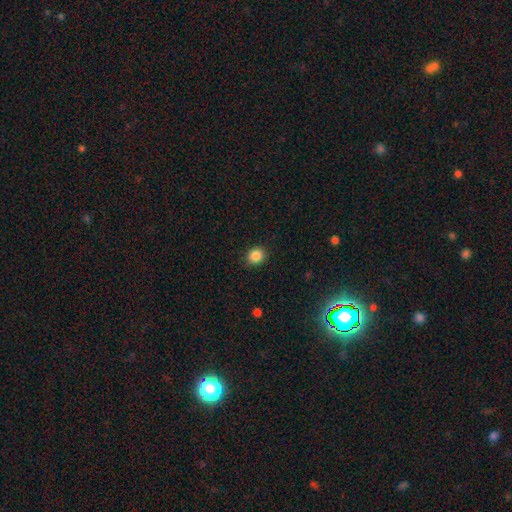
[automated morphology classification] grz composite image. It shows a smooth galaxy with no disk features (87%) that is round (75%). Merging: none (90%).